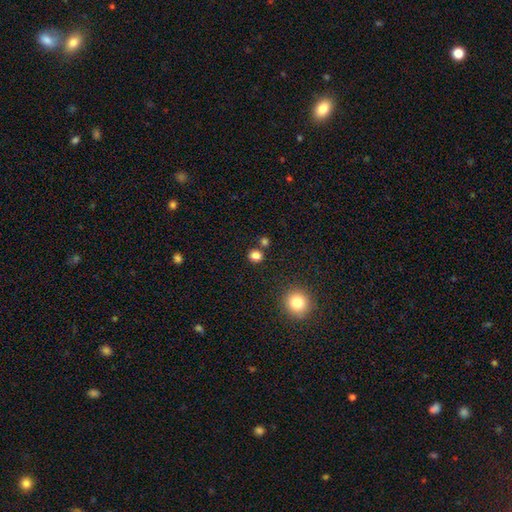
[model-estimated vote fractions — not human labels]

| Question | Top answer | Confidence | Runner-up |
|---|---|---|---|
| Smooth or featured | smooth | 83% | star or artifact (13%) |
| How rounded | round | 74% | in between (25%) |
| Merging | none | 77% | merger (12%) |